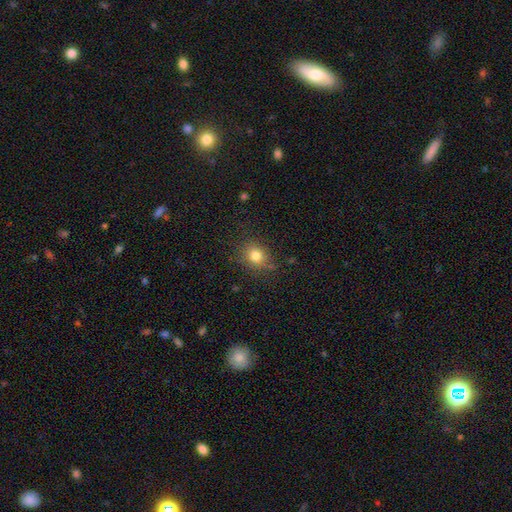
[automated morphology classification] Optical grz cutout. It shows a smooth galaxy with no disk features (79%) that is round (75%). Merging: none (81%).